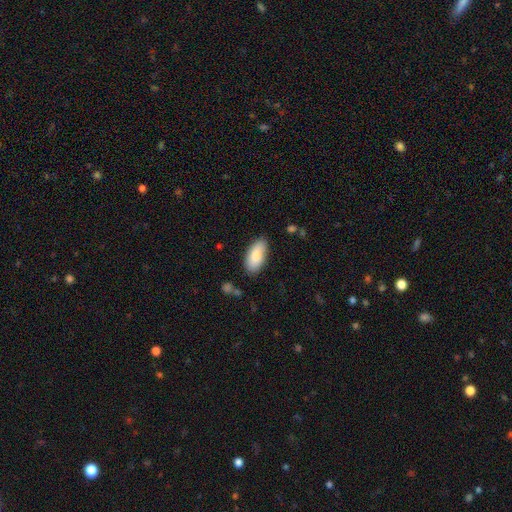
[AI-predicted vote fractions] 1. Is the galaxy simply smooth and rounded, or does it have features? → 84% smooth, 10% featured or disk, 6% star or artifact.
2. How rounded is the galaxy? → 90% in between, 8% cigar-shaped, 2% round.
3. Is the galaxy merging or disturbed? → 81% none, 14% minor disturbance, 3% major disturbance, 2% merger.